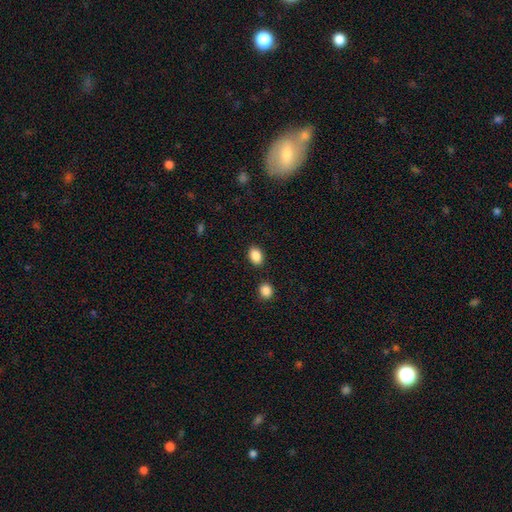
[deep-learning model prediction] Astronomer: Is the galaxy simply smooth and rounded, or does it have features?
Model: smooth — 88%.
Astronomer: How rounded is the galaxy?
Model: in between — 78%.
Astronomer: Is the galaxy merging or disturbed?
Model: none — 85%.